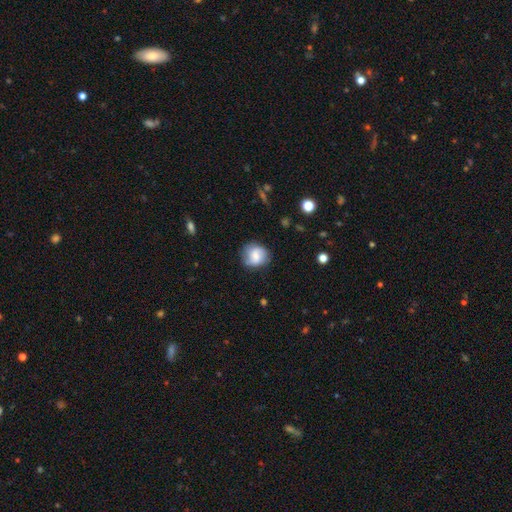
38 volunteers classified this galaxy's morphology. Smooth or featured?
  - smooth: 58% *
  - featured or disk: 37%
  - star or artifact: 5%
How rounded?
  - round: 82% *
  - in between: 18%
  - cigar-shaped: 0%
Merging?
  - none: 67% *
  - minor disturbance: 22%
  - major disturbance: 11%
  - merger: 0%